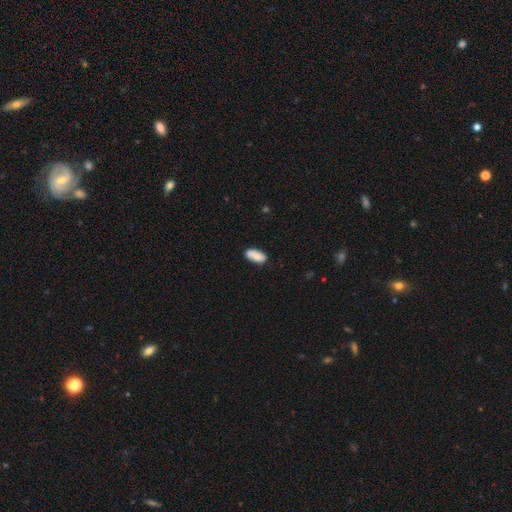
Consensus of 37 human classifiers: This appears to be a smooth galaxy with no disk features (84%) that is in between round and cigar-shaped (94%). Merging: none (64%).